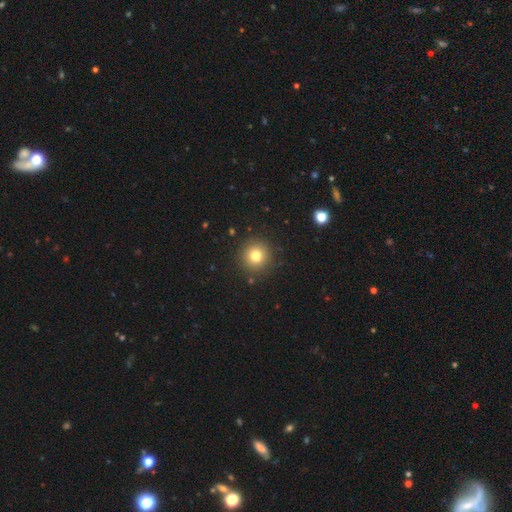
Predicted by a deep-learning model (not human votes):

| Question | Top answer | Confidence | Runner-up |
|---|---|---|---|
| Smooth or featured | smooth | 77% | star or artifact (14%) |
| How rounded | round | 95% | in between (4%) |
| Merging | none | 90% | minor disturbance (6%) |